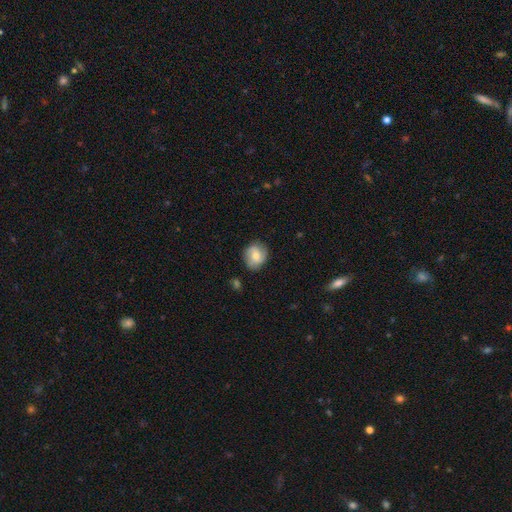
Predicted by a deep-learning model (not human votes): This appears to be a smooth galaxy with no disk features (54%) that is round (70%). Merging: none (77%).